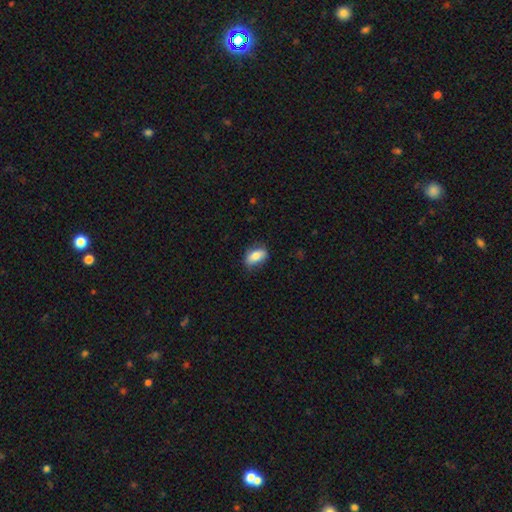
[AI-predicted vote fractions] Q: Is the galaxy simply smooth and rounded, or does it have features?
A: smooth — 80%.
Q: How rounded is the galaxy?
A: in between — 88%.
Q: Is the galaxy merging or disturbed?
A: none — 76%.